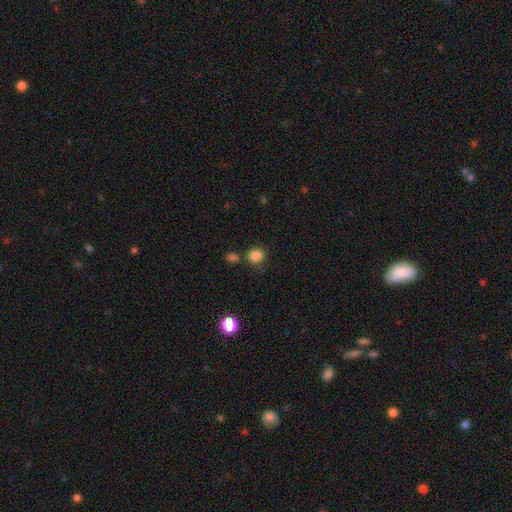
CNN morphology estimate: Smooth or featured? Predicted: smooth (p=0.84). How rounded? Predicted: round (p=0.77). Merging? Predicted: none (p=0.70).